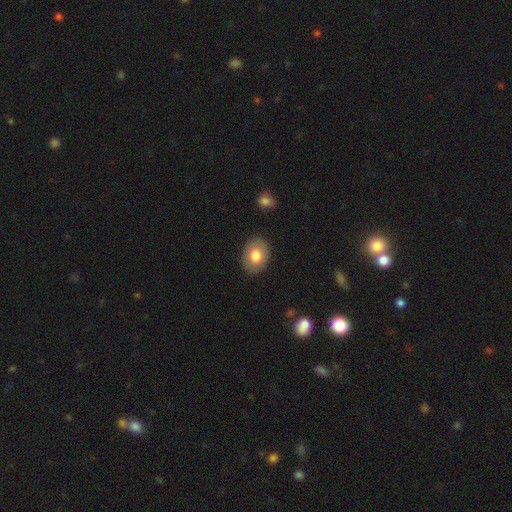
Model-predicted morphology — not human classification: smooth 79%, featured or disk 14%, star or artifact 7%. Down the decision tree: how rounded — in between (63%); merging — none (87%).